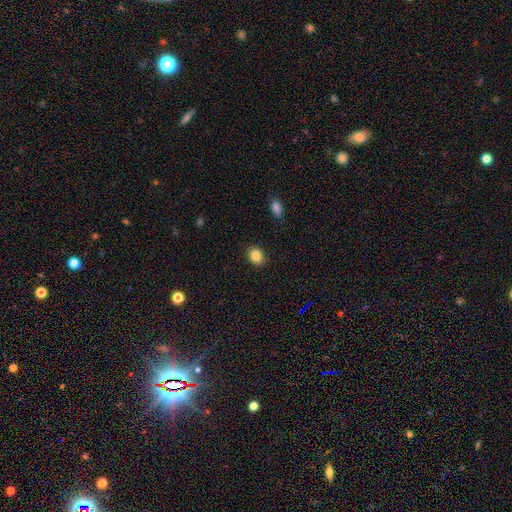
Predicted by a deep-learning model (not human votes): Smooth or featured? Predicted: smooth (p=0.87). How rounded? Predicted: round (p=0.51). Merging? Predicted: none (p=0.88).